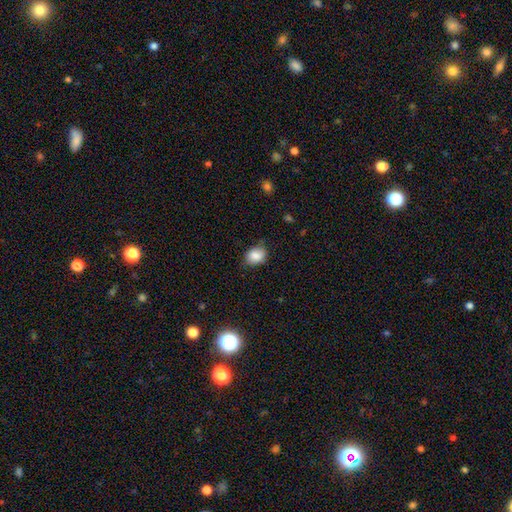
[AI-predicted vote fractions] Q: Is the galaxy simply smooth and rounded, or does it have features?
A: smooth — 85%.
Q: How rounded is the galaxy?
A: in between — 55%.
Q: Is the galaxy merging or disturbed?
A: none — 72%.